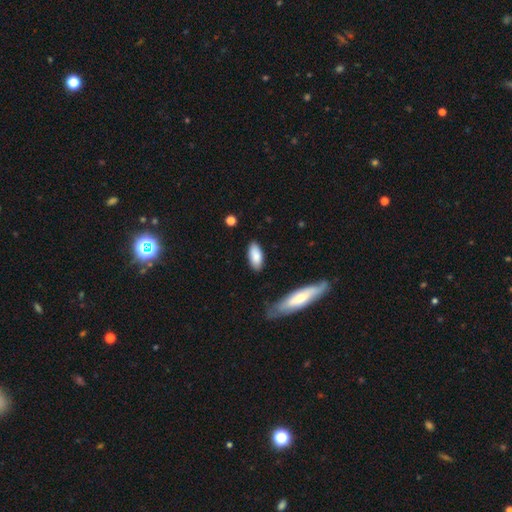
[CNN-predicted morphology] Overall: smooth (85%). How rounded: in between (82%). Merging: none (84%).